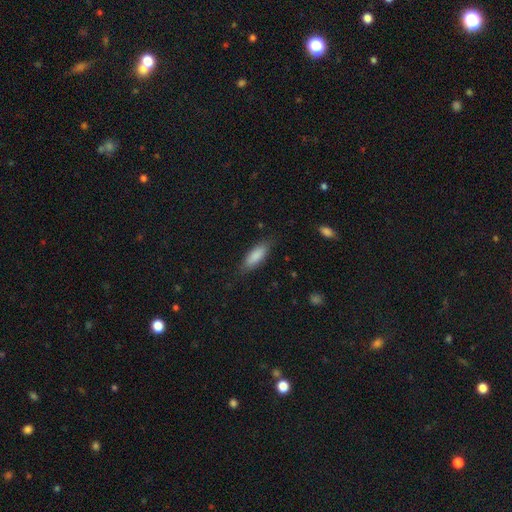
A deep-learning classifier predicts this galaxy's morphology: Overall: smooth (86%). How rounded: in between (62%; cigar-shaped 37%). Merging: none (82%).